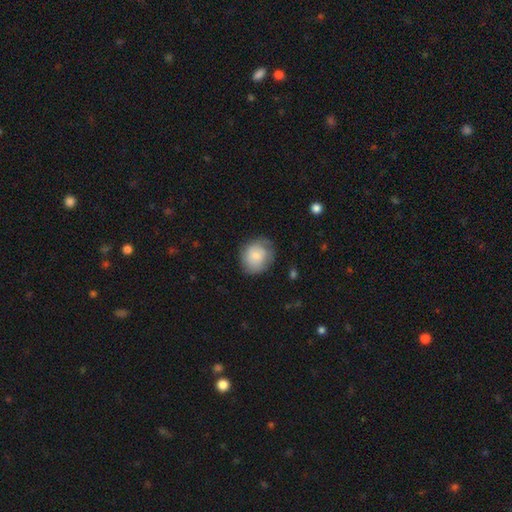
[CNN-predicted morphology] This is likely a smooth galaxy (71%). How rounded: likely round (71%). Merging: likely none (68%).